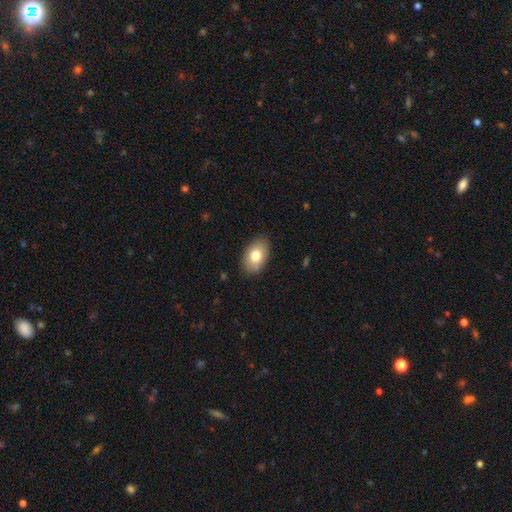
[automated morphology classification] type=smooth (79%); roundness=in between (90%); merging=none (86%).